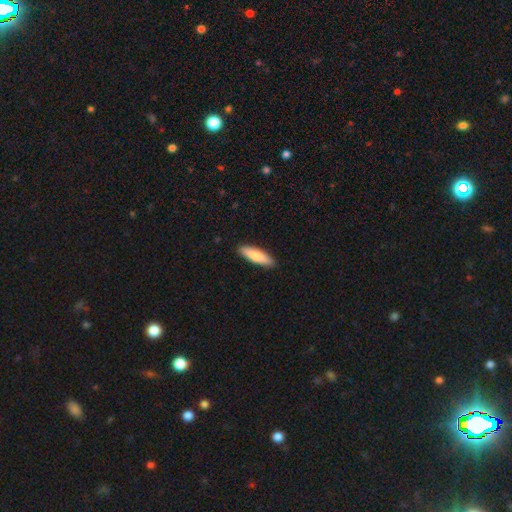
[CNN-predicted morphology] Overall: smooth (84%). How rounded: cigar-shaped (63%; in between 36%). Merging: none (90%).